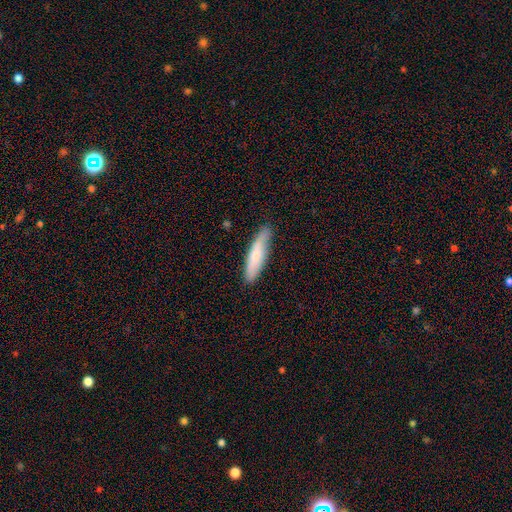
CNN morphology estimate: A smooth galaxy with no disk features (69%) that is cigar-shaped (77%). Merging: none (80%).